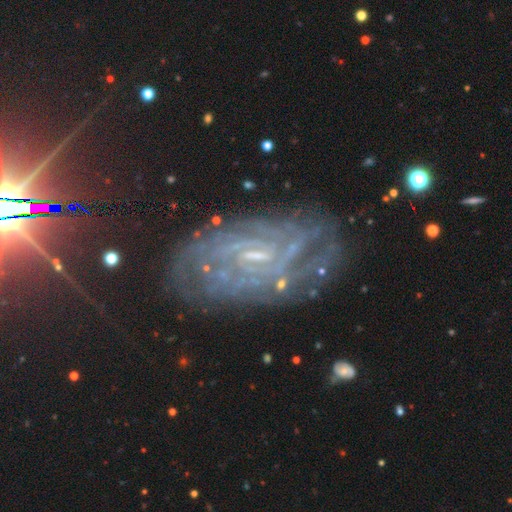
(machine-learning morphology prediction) Smooth or featured: featured or disk — 80% (star or artifact — 11%)
Edge-on disk: no — 95% (yes — 5%)
Bar: weak — 52% (no — 27%)
Spiral arms: yes — 89% (no — 11%)
Spiral winding: tight — 61% (medium — 30%)
Spiral arm count: can't tell — 48% (2 — 17%)
Bulge size: small — 62% (moderate — 19%)
Merging: none — 69% (minor disturbance — 18%)